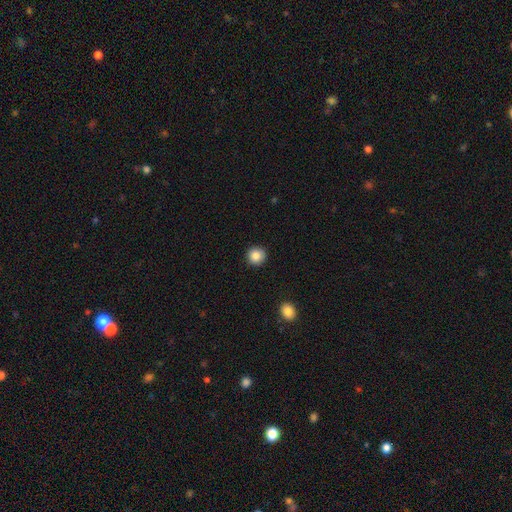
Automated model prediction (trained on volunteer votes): Smooth or featured: smooth — 86% (star or artifact — 9%)
How rounded: round — 94% (in between — 5%)
Merging: none — 92% (minor disturbance — 6%)